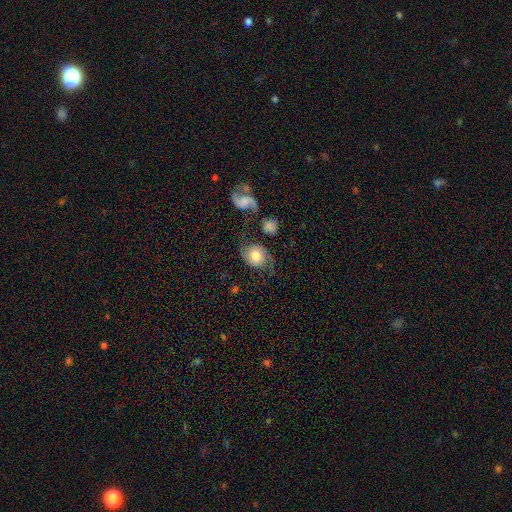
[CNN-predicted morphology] smooth_or_featured: smooth (p=0.48) [alt: featured or disk p=0.44]
merging: none (p=0.55) [alt: minor disturbance p=0.19]